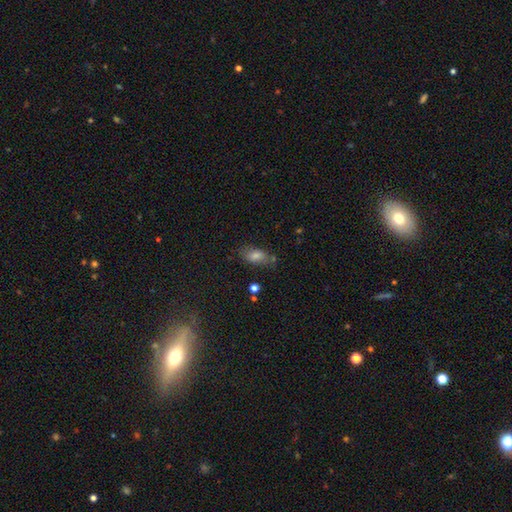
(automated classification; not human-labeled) smooth 78%, featured or disk 12%, star or artifact 10%. Down the decision tree: how rounded — in between (87%); merging — none (65%).